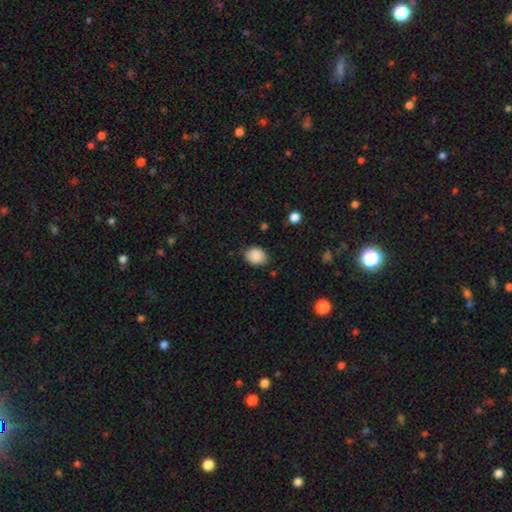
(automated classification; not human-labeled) smooth-or-featured: smooth: 88% | star or artifact: 8% | featured or disk: 4%
  how-rounded: round: 55% | in between: 44% | cigar-shaped: 1%
  merging: none: 82% | minor disturbance: 14% | major disturbance: 3% | merger: 1%